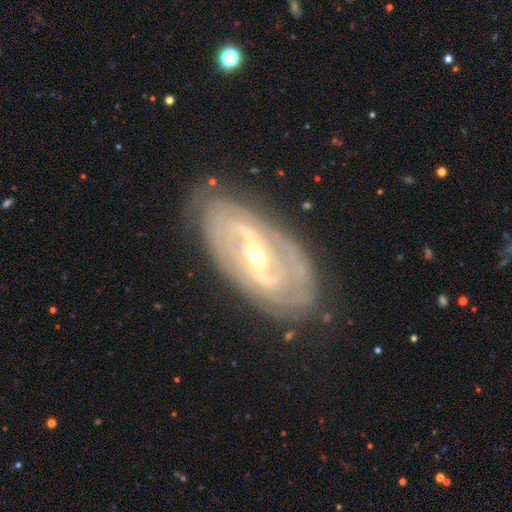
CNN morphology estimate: Smooth or featured? featured or disk (86%)
Edge-on disk? no (92%)
Bar? strong (45%)
Spiral arms? yes (85%)
Spiral winding? tight (54%)
Spiral arm count? 2 (56%)
Bulge size? small (53%)
Merging? none (80%)